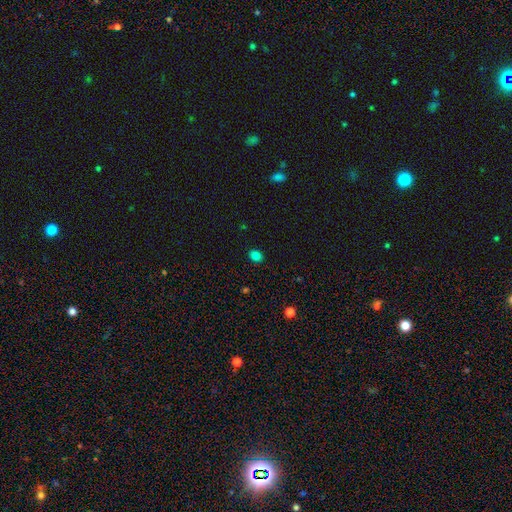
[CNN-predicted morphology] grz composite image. It shows a smooth galaxy with no disk features (82%) that is in between round and cigar-shaped (50%). Merging: none (89%).